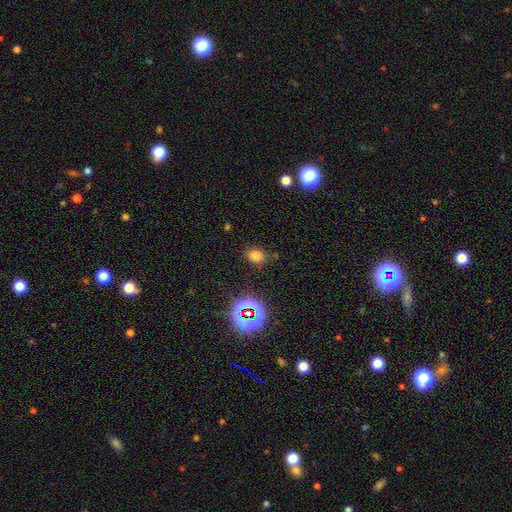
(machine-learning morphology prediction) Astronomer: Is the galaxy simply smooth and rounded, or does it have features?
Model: smooth — 70%.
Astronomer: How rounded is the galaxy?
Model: in between — 58% (runner-up: round, 41%).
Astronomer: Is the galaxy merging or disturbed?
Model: none — 78%.